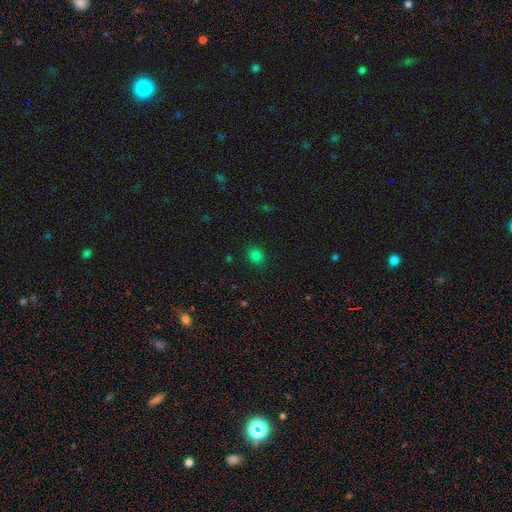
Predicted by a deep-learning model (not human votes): Morphology: type=smooth (80%); roundness=round (75%); merging=none (89%).